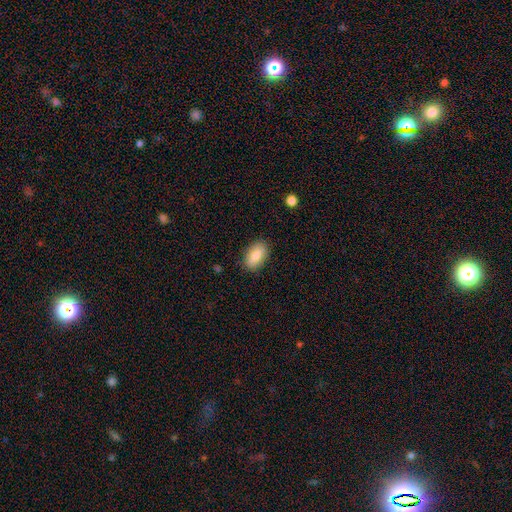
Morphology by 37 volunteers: Volunteers were most divided on "smooth or featured": smooth: 86%, featured or disk: 8%, star or artifact: 5%. More confident: how rounded — in between (97%); merging — none (89%).